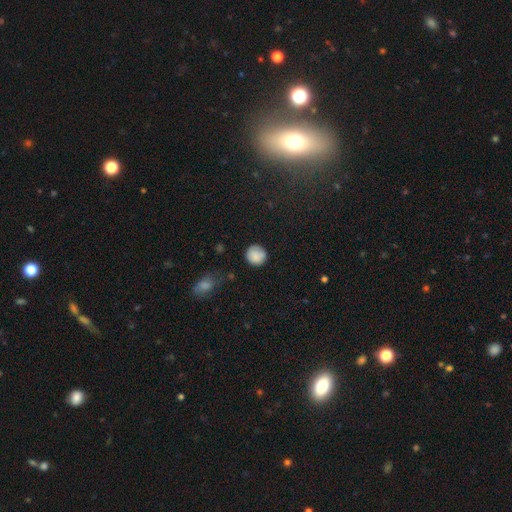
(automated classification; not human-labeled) Overall: smooth (86%). How rounded: round (91%). Merging: none (78%).